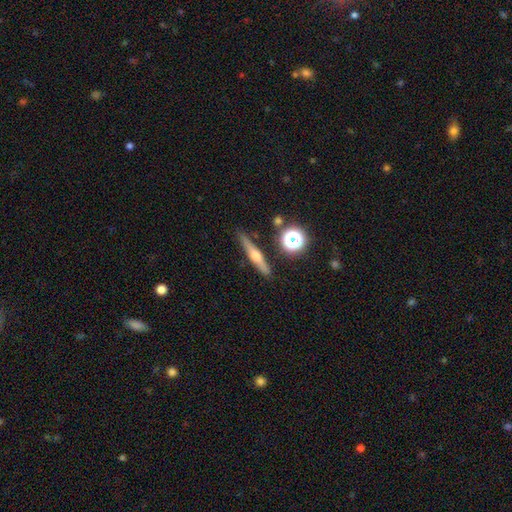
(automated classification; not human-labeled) Smooth or featured: featured or disk — 61% (smooth — 30%)
Edge-on disk: yes — 96% (no — 4%)
Edge-on bulge: rounded — 90% (none — 5%)
Merging: none — 87% (minor disturbance — 9%)